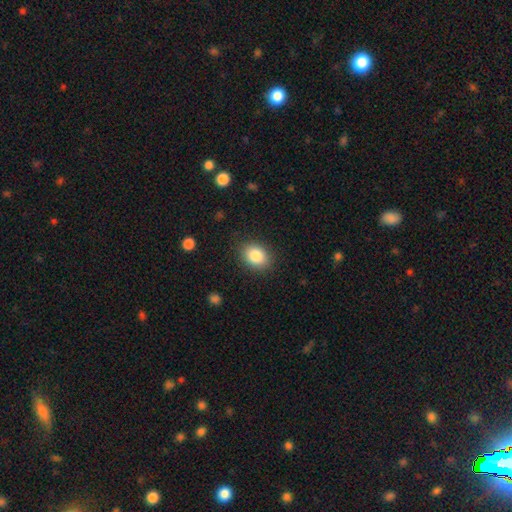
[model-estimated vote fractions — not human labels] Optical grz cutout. It shows a smooth galaxy with no disk features (85%) that is in between round and cigar-shaped (60%). Merging: none (86%).